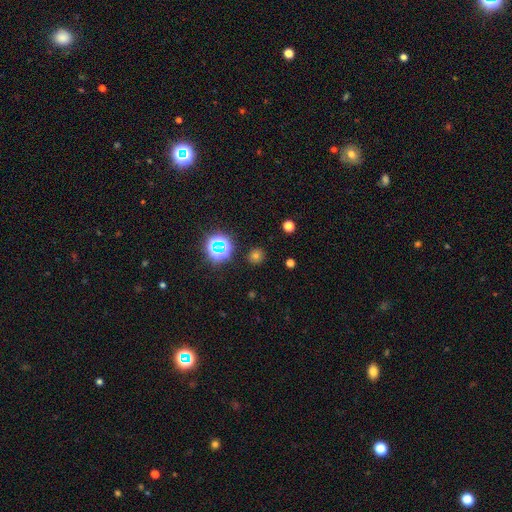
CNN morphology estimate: type=smooth (60%); roundness=round (91%); merging=none (88%).